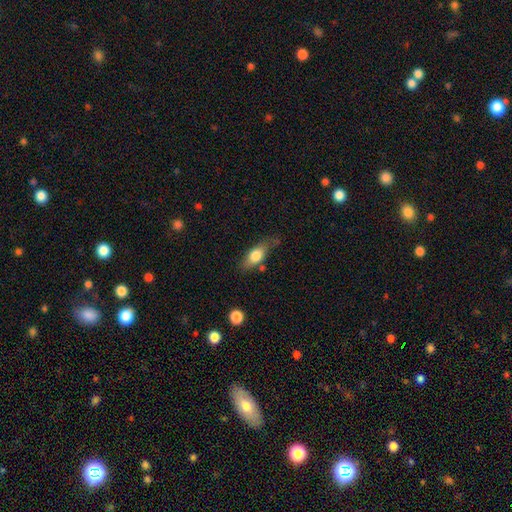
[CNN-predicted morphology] The model was most divided on "merging": none: 61%, minor disturbance: 26%, major disturbance: 9%, merger: 5%. More confident: how rounded — in between (77%); smooth or featured — smooth (73%).